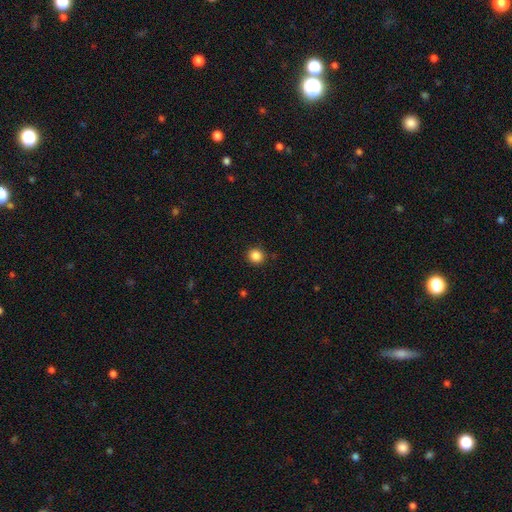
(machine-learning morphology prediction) Smooth or featured? Predicted: smooth (p=0.86). How rounded? Predicted: round (p=0.92). Merging? Predicted: none (p=0.91).